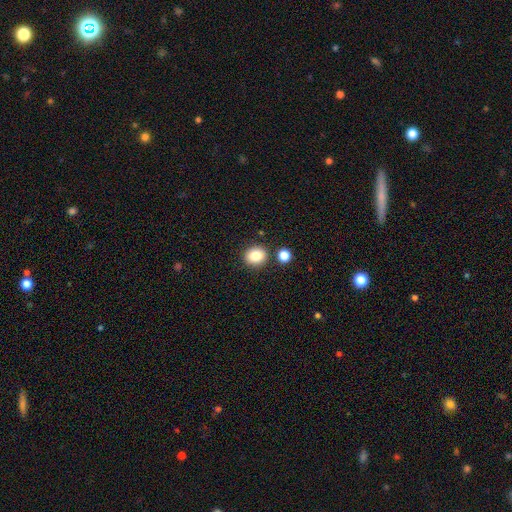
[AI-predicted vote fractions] smooth 82%, star or artifact 11%, featured or disk 7%. Down the decision tree: how rounded — round (77%); merging — none (84%).